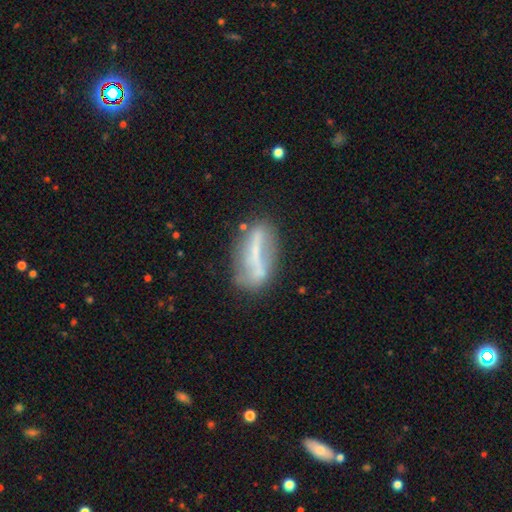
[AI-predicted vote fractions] This is possibly a featured or disk galaxy (57%). It is likely not viewed edge-on (75%). Merging: possibly none (53%).